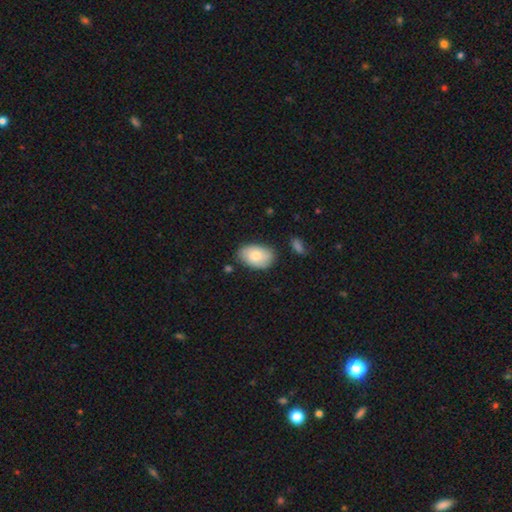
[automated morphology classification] A smooth galaxy with no disk features (77%) that is in between round and cigar-shaped (90%). Merging: none (75%).